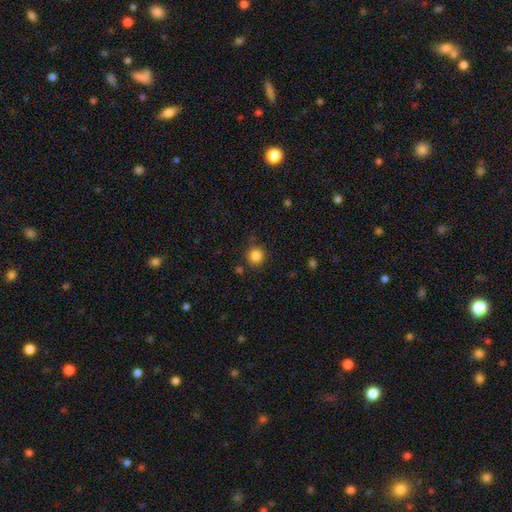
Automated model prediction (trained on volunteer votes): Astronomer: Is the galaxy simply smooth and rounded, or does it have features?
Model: smooth — 84%.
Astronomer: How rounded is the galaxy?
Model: round — 91%.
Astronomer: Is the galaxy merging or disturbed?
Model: none — 84%.